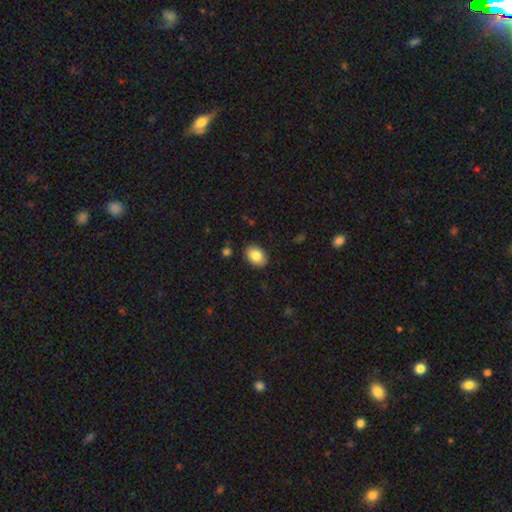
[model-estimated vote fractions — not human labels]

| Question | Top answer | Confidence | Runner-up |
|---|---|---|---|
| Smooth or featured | smooth | 84% | featured or disk (9%) |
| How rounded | in between | 80% | round (19%) |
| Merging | none | 88% | minor disturbance (8%) |